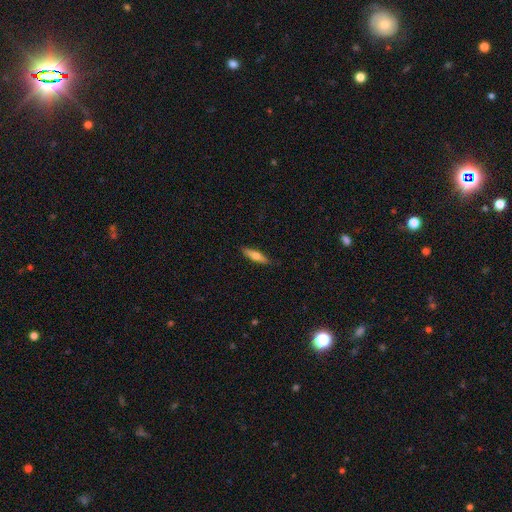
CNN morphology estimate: This is possibly a smooth galaxy (58%). How rounded: likely cigar-shaped (73%). Merging: clearly none (89%).